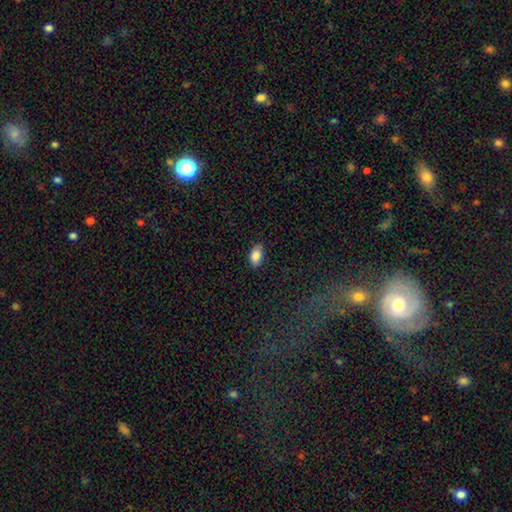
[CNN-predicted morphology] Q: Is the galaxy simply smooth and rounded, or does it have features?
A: smooth — 87%.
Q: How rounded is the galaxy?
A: in between — 91%.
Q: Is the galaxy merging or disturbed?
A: none — 82%.